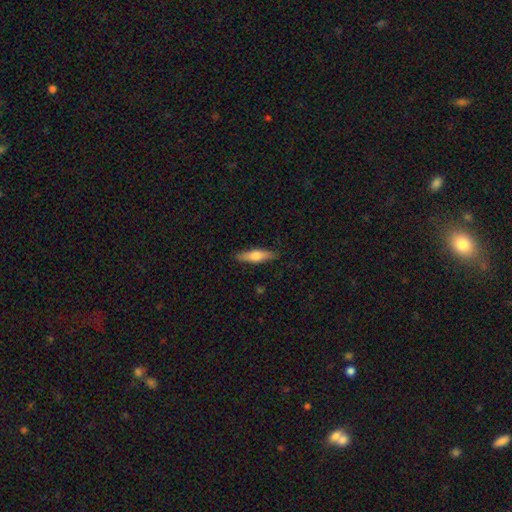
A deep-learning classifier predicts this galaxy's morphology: Smooth or featured: smooth — 59% (featured or disk — 35%)
How rounded: cigar-shaped — 67% (in between — 31%)
Merging: none — 87% (minor disturbance — 10%)